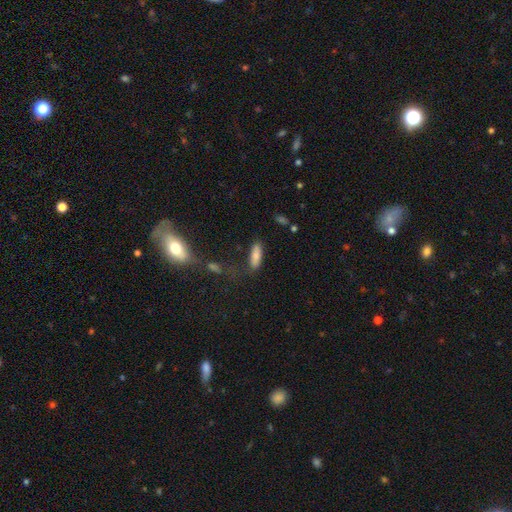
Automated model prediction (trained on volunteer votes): Morphology: type=smooth (81%); roundness=in between (60%); merging=none (70%).